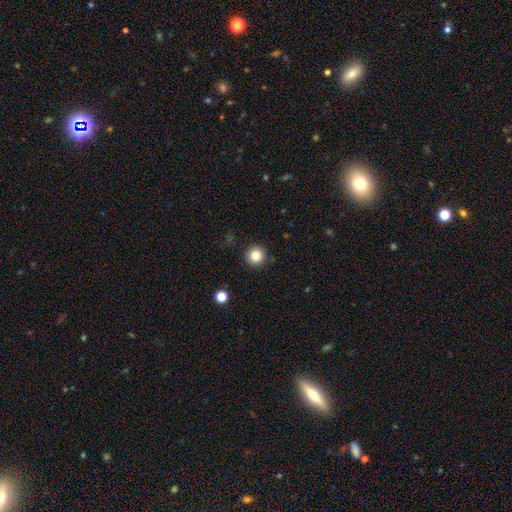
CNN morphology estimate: A smooth galaxy with no disk features (83%) that is round (96%). Merging: none (92%).